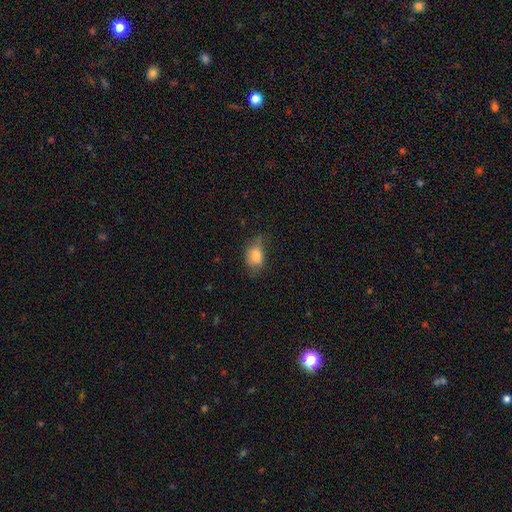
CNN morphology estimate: The model was most divided on "merging": none: 50%, minor disturbance: 35%, major disturbance: 13%, merger: 2%. More confident: smooth or featured — smooth (78%); how rounded — in between (77%).